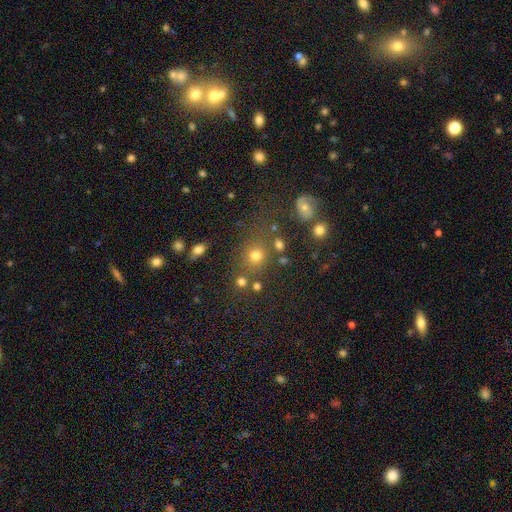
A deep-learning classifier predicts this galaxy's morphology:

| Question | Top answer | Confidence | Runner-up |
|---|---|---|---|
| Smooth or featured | smooth | 72% | star or artifact (18%) |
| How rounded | round | 80% | in between (18%) |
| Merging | none | 70% | minor disturbance (12%) |